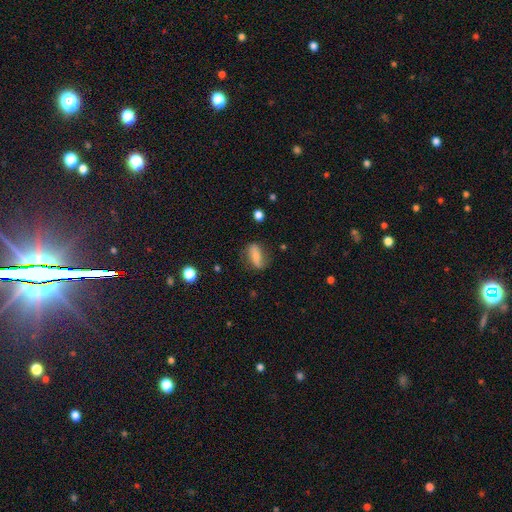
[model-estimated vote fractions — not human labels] smooth_or_featured: smooth (p=0.63) [alt: featured or disk p=0.29]
how_rounded: in between (p=0.69) [alt: cigar-shaped p=0.24]
merging: none (p=0.71) [alt: minor disturbance p=0.20]